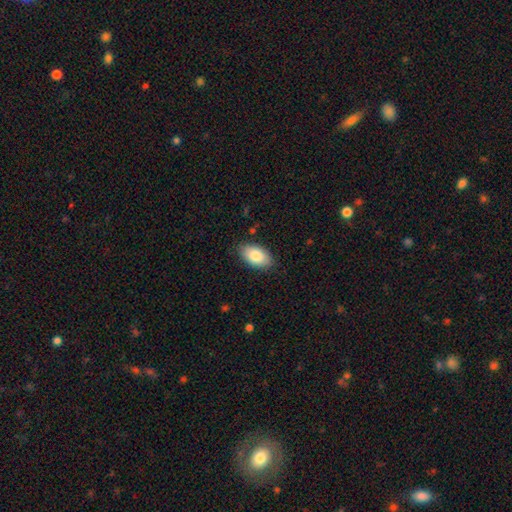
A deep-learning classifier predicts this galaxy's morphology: A smooth galaxy with no disk features (84%) that is in between round and cigar-shaped (94%). Merging: none (85%).